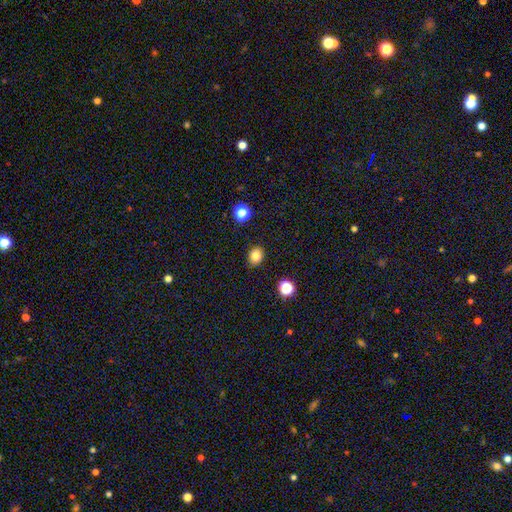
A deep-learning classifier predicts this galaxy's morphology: This appears to be a smooth galaxy with no disk features (83%) that is round (59%). Merging: none (88%).